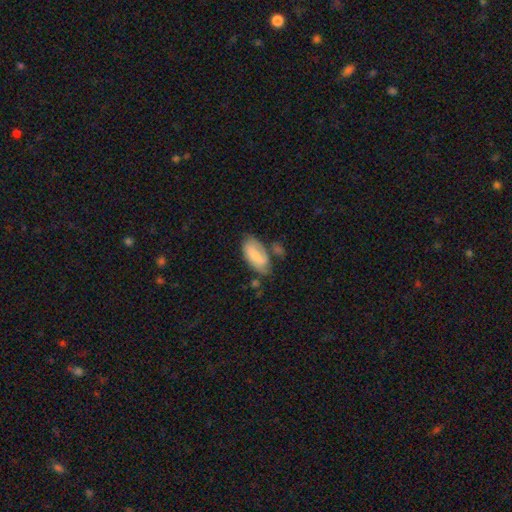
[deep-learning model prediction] Morphology: type=smooth (62%); roundness=in between (93%); merging=none (49%).